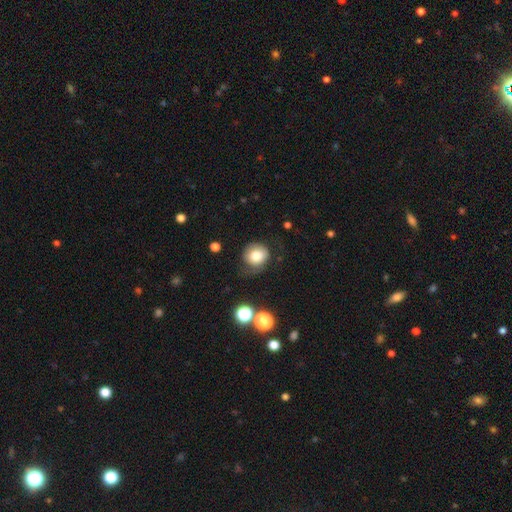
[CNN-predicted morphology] smooth 75%, featured or disk 15%, star or artifact 10%. Down the decision tree: how rounded — round (79%); merging — none (62%).